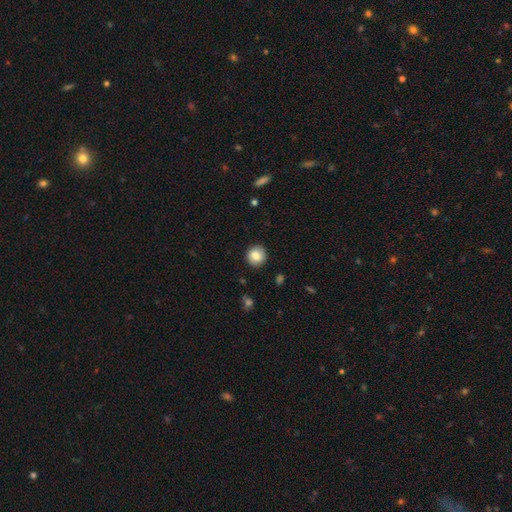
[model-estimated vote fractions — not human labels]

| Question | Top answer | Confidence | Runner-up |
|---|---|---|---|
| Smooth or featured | smooth | 84% | star or artifact (8%) |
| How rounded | round | 90% | in between (9%) |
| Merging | none | 89% | minor disturbance (8%) |